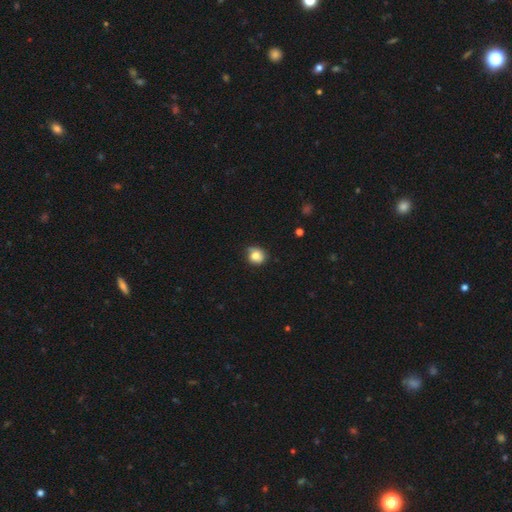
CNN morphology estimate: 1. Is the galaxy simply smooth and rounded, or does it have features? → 79% smooth, 11% featured or disk, 10% star or artifact.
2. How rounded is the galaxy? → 77% round, 22% in between, 1% cigar-shaped.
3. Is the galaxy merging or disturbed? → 69% none, 25% minor disturbance, 5% major disturbance, 2% merger.